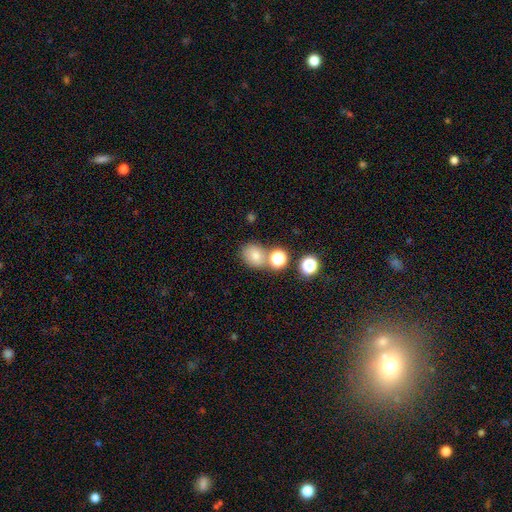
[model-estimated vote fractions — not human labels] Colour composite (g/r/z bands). It shows a smooth galaxy with no disk features (73%) that is round (56%). Merging: none (59%).